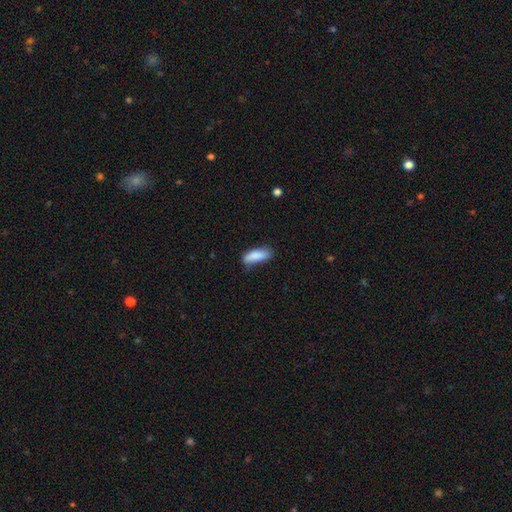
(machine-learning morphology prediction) Smooth or featured?
  - smooth: 86% *
  - featured or disk: 7%
  - star or artifact: 7%
How rounded?
  - in between: 63% *
  - cigar-shaped: 35%
  - round: 2%
Merging?
  - none: 62% *
  - minor disturbance: 29%
  - major disturbance: 6%
  - merger: 3%